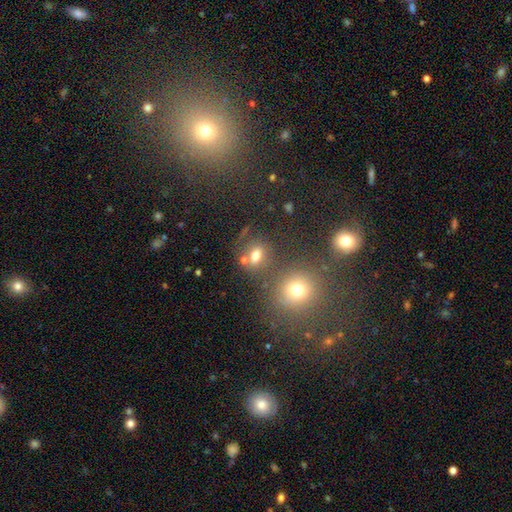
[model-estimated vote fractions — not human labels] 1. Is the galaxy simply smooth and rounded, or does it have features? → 67% smooth, 20% star or artifact, 13% featured or disk.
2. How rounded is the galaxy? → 52% in between, 46% round, 3% cigar-shaped.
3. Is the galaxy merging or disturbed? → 61% none, 20% merger, 12% minor disturbance, 6% major disturbance.